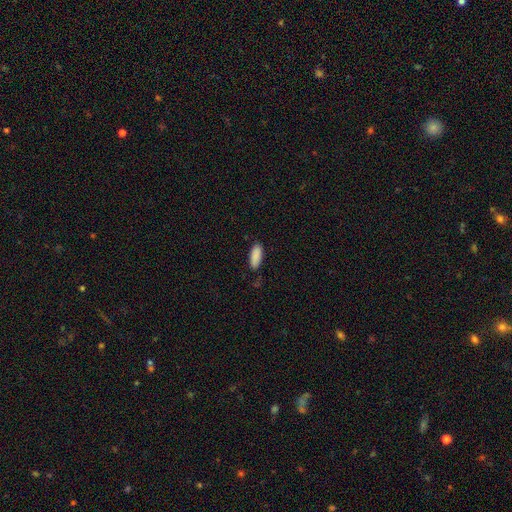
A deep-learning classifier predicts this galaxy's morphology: smooth-or-featured: smooth: 90% | star or artifact: 6% | featured or disk: 4%
  how-rounded: in between: 75% | cigar-shaped: 24% | round: 2%
  merging: none: 82% | minor disturbance: 14% | major disturbance: 3% | merger: 2%